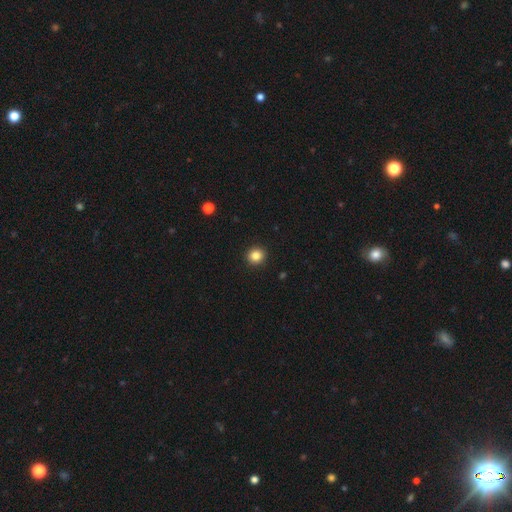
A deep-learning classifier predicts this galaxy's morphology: Q: Smooth or featured?
A: smooth (85%); runner-up: star or artifact (11%)
Q: How rounded?
A: round (90%); runner-up: in between (10%)
Q: Merging?
A: none (93%); runner-up: minor disturbance (5%)